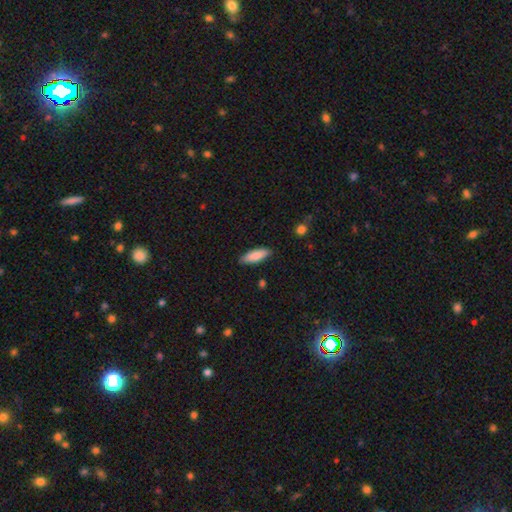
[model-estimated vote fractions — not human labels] A smooth galaxy with no disk features (84%) that is in between round and cigar-shaped (56%). Merging: none (87%).